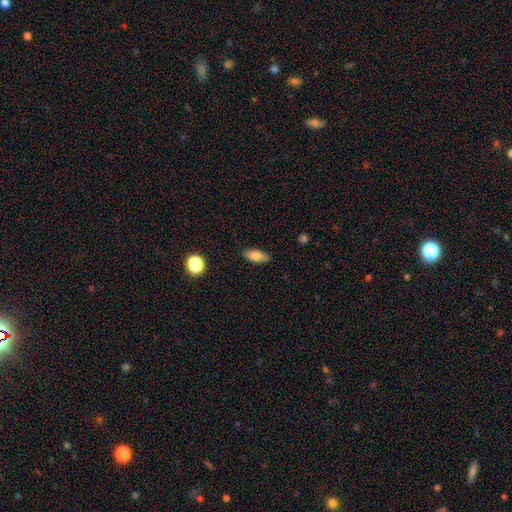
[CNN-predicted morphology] Smooth or featured?
  - smooth: 78% *
  - featured or disk: 13%
  - star or artifact: 8%
How rounded?
  - in between: 81% *
  - cigar-shaped: 15%
  - round: 4%
Merging?
  - none: 86% *
  - minor disturbance: 11%
  - major disturbance: 2%
  - merger: 1%